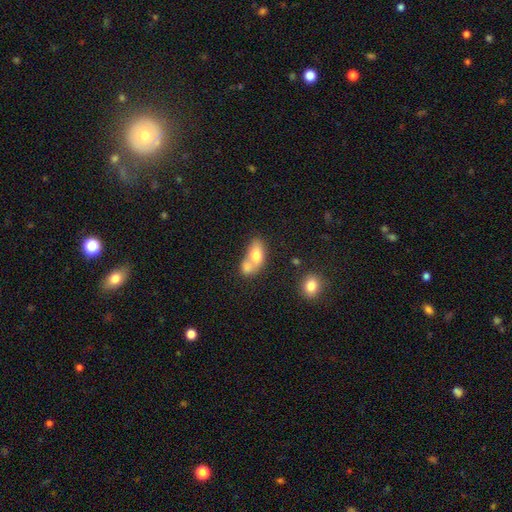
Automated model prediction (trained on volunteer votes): smooth-or-featured: smooth: 72% | featured or disk: 21% | star or artifact: 8%
  how-rounded: in between: 84% | round: 13% | cigar-shaped: 4%
  merging: merger: 66% | none: 19% | minor disturbance: 10% | major disturbance: 6%